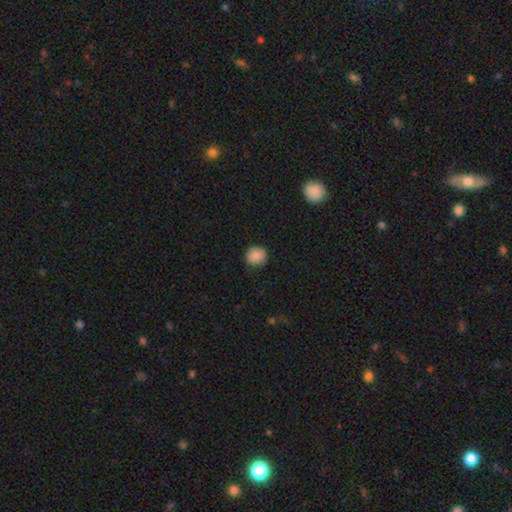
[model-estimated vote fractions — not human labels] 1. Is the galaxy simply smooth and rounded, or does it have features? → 87% smooth, 9% star or artifact, 5% featured or disk.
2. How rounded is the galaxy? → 89% round, 10% in between, 1% cigar-shaped.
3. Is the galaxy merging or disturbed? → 85% none, 11% minor disturbance, 2% major disturbance, 1% merger.